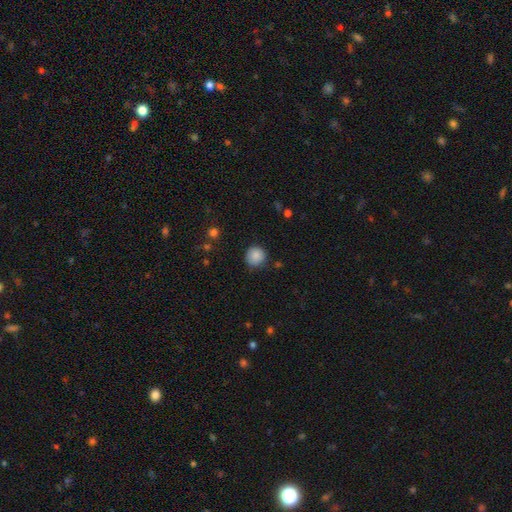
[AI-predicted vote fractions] This is clearly a smooth galaxy (87%). How rounded: clearly round (93%). Merging: clearly none (84%).